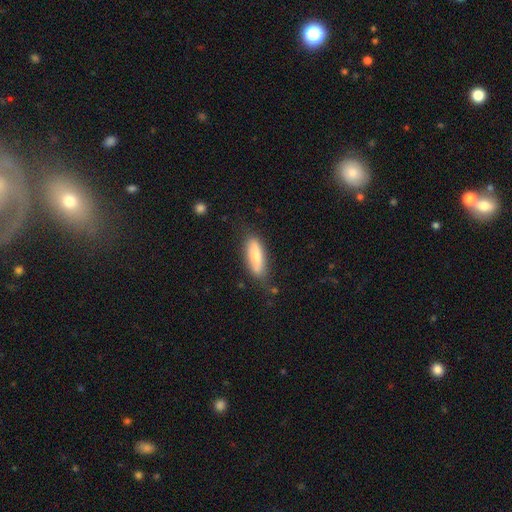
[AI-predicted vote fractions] Smooth or featured: smooth — 75% (featured or disk — 19%)
How rounded: in between — 55% (cigar-shaped — 43%)
Merging: none — 70% (minor disturbance — 22%)